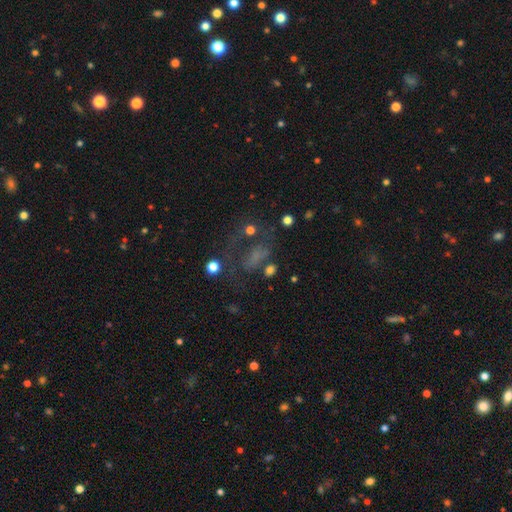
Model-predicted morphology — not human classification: Q: Smooth or featured?
A: featured or disk (35%); runner-up: smooth (33%)
Q: Merging?
A: none (40%); runner-up: major disturbance (35%)